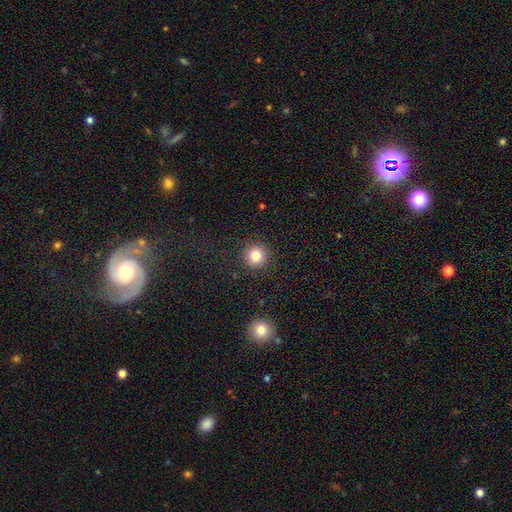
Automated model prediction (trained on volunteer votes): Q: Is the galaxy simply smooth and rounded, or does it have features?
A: smooth — 83%.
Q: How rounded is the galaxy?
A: round — 94%.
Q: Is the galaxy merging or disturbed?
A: none — 90%.